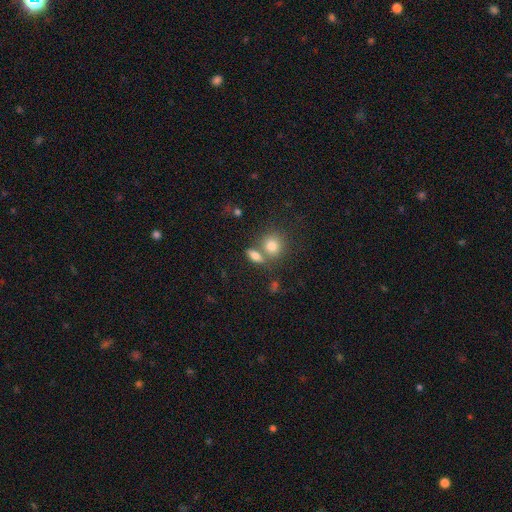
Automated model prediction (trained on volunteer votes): A smooth galaxy with no disk features (76%) that is in between round and cigar-shaped (70%).

Vote fractions:
- Smooth or featured? smooth: 76% / featured or disk: 13% / star or artifact: 11%
- How rounded? in between: 70% / round: 20% / cigar-shaped: 10%
- Merging? none: 53% / merger: 33% / minor disturbance: 10% / major disturbance: 4%